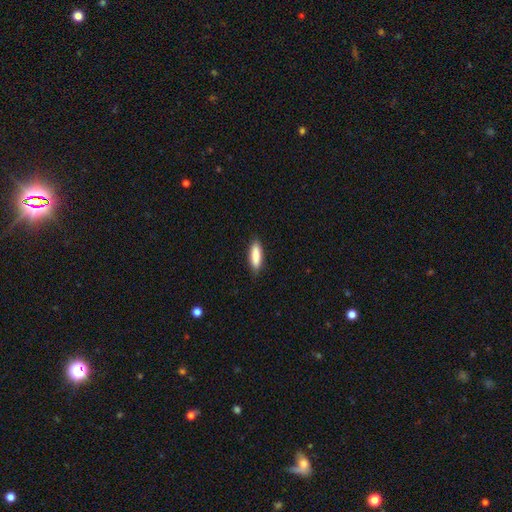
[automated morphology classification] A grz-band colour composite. It shows a smooth galaxy with no disk features (87%) that is cigar-shaped (54%). Merging: none (88%).